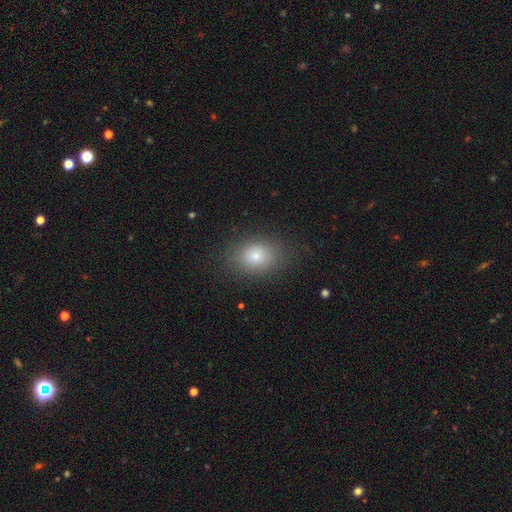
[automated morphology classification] A smooth galaxy with no disk features (77%) that is in between round and cigar-shaped (71%).

Vote fractions:
- Smooth or featured? smooth: 77% / star or artifact: 12% / featured or disk: 11%
- How rounded? in between: 71% / round: 28% / cigar-shaped: 1%
- Merging? none: 84% / minor disturbance: 11% / major disturbance: 4% / merger: 1%